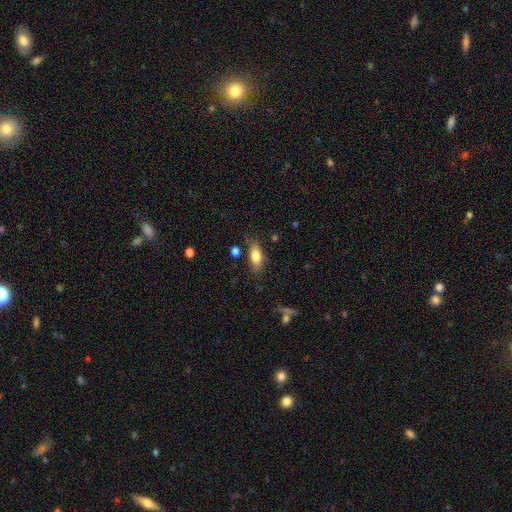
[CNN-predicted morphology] This is likely a smooth galaxy (80%). How rounded: clearly in between (83%). Merging: likely none (74%).